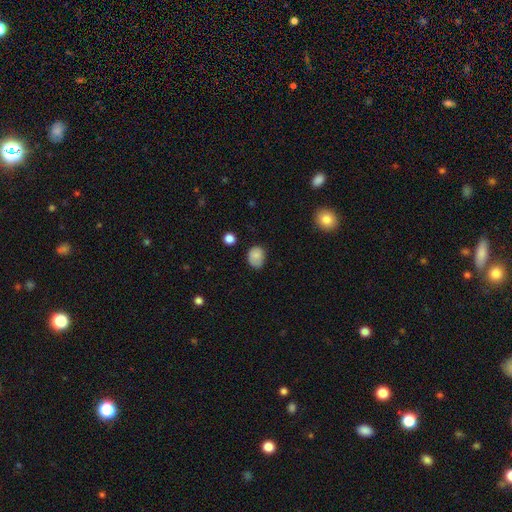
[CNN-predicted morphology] Smooth or featured?
  - smooth: 81% *
  - featured or disk: 10%
  - star or artifact: 9%
How rounded?
  - round: 53% *
  - in between: 46%
  - cigar-shaped: 1%
Merging?
  - none: 63% *
  - minor disturbance: 29%
  - major disturbance: 6%
  - merger: 2%